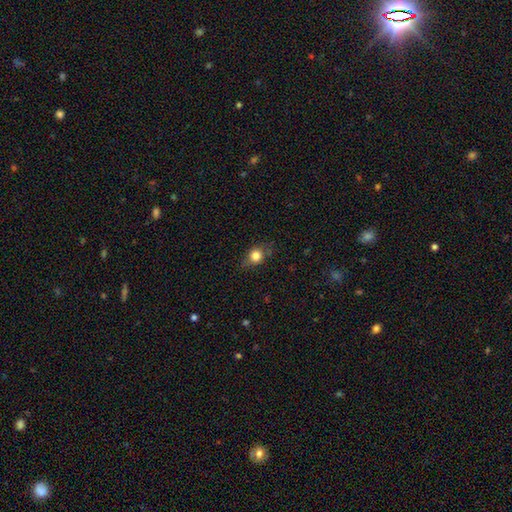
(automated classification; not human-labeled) smooth_or_featured: smooth (p=0.77) [alt: featured or disk p=0.12]
how_rounded: round (p=0.67) [alt: in between p=0.31]
merging: none (p=0.69) [alt: minor disturbance p=0.23]